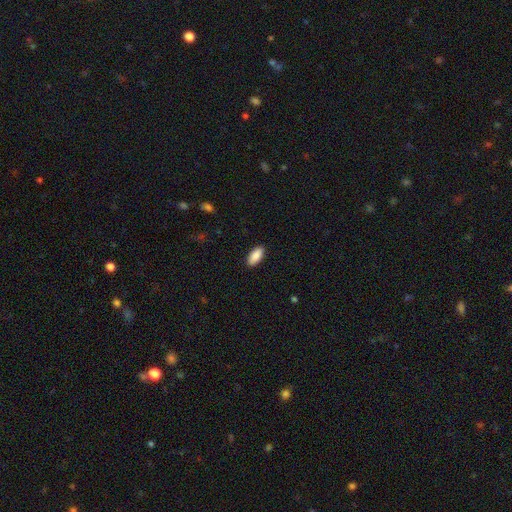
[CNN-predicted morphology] Smooth or featured? smooth (90%)
How rounded? in between (90%)
Merging? none (90%)